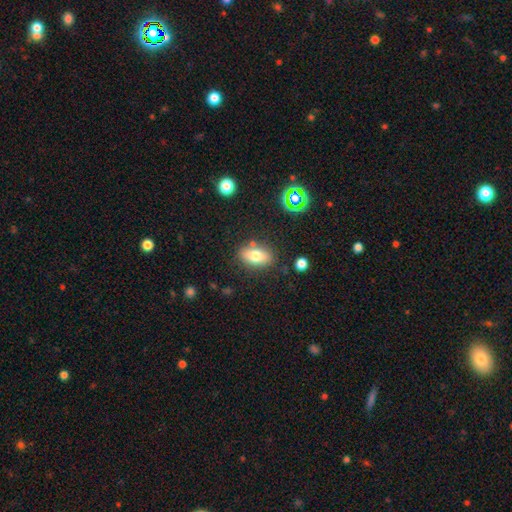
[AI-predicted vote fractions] Smooth or featured?
  - smooth: 74% *
  - featured or disk: 17%
  - star or artifact: 10%
How rounded?
  - in between: 86% *
  - round: 10%
  - cigar-shaped: 5%
Merging?
  - none: 79% *
  - minor disturbance: 12%
  - merger: 5%
  - major disturbance: 3%